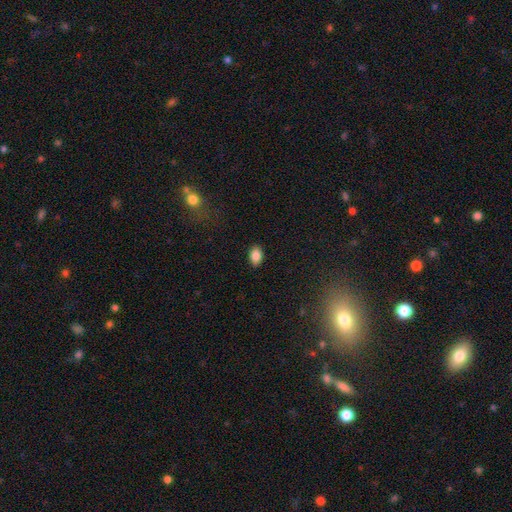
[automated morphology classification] This is clearly a smooth galaxy (86%). How rounded: clearly in between (89%). Merging: clearly none (88%).